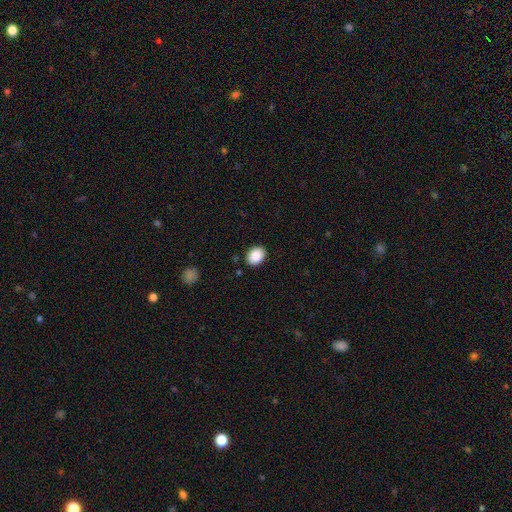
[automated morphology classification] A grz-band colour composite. It shows a smooth galaxy with no disk features (88%) that is in between round and cigar-shaped (61%). Merging: none (89%).